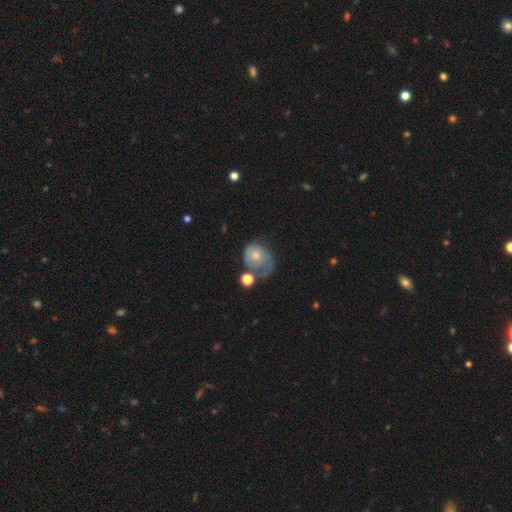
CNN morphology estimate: type=featured or disk (48%); merging=major disturbance (33%).